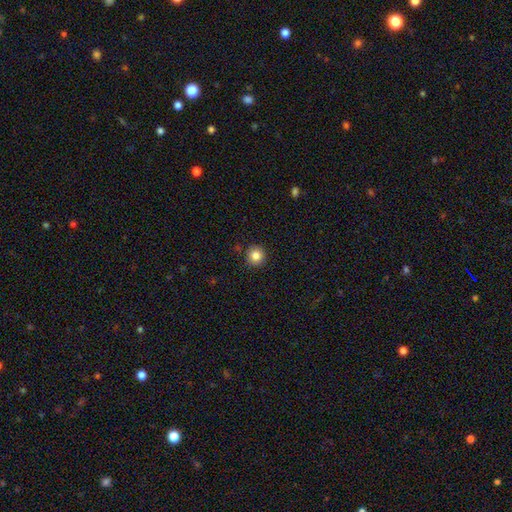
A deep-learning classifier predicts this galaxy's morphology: Overall: smooth (85%). How rounded: round (95%). Merging: none (91%).